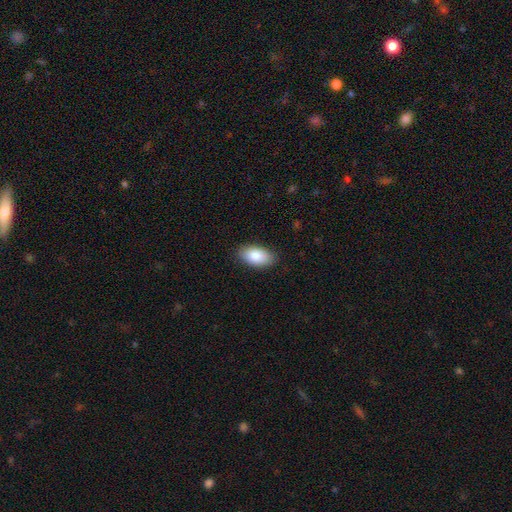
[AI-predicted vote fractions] smooth-or-featured: smooth: 88% | featured or disk: 6% | star or artifact: 6%
  how-rounded: in between: 94% | round: 3% | cigar-shaped: 2%
  merging: none: 87% | minor disturbance: 10% | major disturbance: 2% | merger: 1%